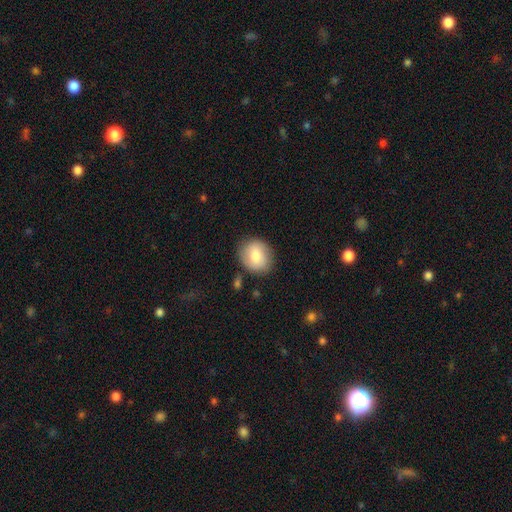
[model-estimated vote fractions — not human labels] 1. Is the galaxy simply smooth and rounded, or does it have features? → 76% smooth, 17% featured or disk, 7% star or artifact.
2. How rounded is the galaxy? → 65% round, 34% in between, 1% cigar-shaped.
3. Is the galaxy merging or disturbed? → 81% none, 13% minor disturbance, 3% major disturbance, 3% merger.